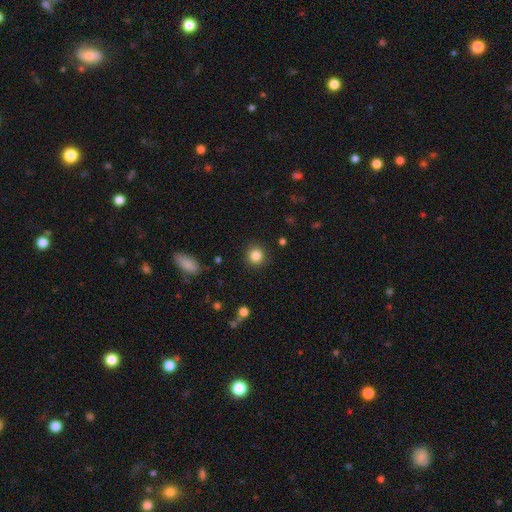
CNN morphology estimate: type=smooth (84%); roundness=round (93%); merging=none (91%).